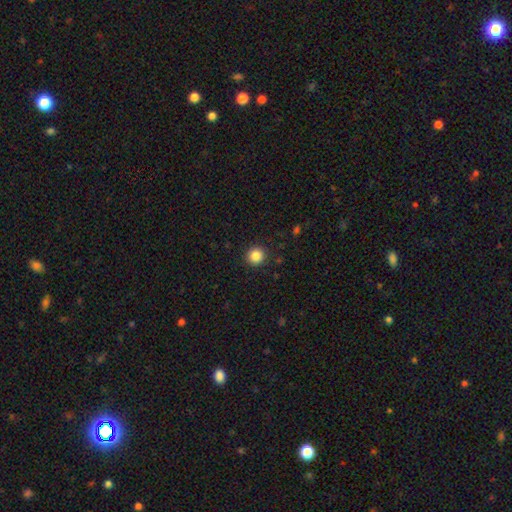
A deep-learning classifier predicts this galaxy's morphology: Smooth or featured? smooth (86%)
How rounded? round (93%)
Merging? none (92%)